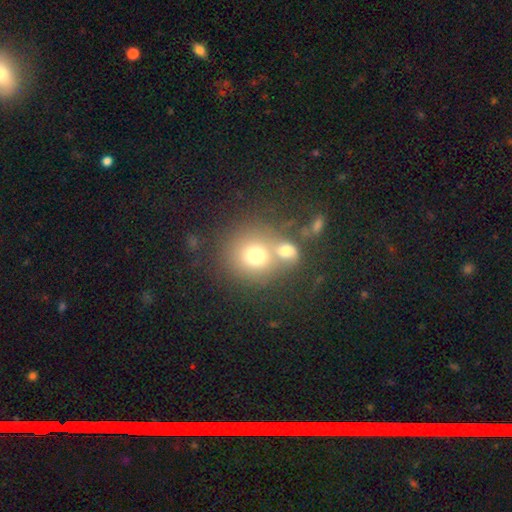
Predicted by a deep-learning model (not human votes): Smooth or featured? Predicted: smooth (p=0.71). How rounded? Predicted: round (p=0.84). Merging? Predicted: merger (p=0.44).